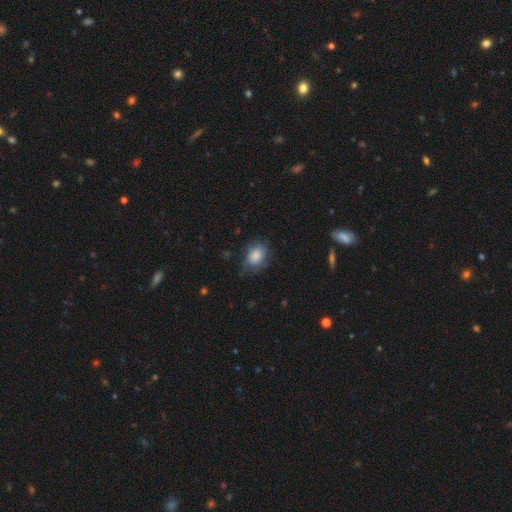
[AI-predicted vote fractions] A smooth galaxy with no disk features (81%) that is in between round and cigar-shaped (72%).

Vote fractions:
- Smooth or featured? smooth: 81% / featured or disk: 12% / star or artifact: 8%
- How rounded? in between: 72% / round: 26% / cigar-shaped: 1%
- Merging? none: 59% / minor disturbance: 30% / major disturbance: 10% / merger: 1%